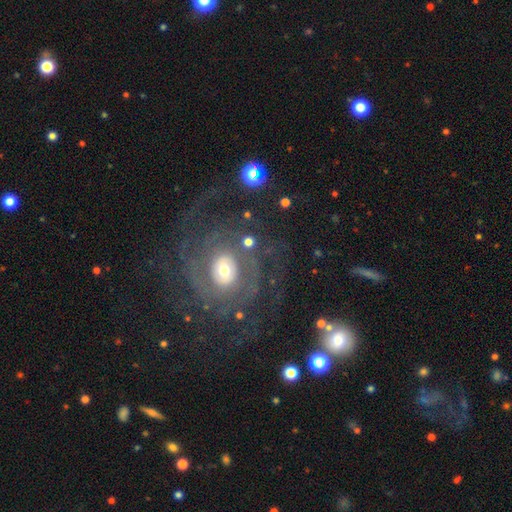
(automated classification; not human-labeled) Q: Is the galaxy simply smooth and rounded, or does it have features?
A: featured or disk — 83%.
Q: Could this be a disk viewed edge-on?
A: no — 97%.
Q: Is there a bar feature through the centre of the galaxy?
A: no — 54%.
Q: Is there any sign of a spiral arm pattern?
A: yes — 92%.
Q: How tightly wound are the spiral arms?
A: tight — 59%.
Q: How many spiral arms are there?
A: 2 — 31%.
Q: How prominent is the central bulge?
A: moderate — 56%.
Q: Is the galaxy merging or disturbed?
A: none — 70%.